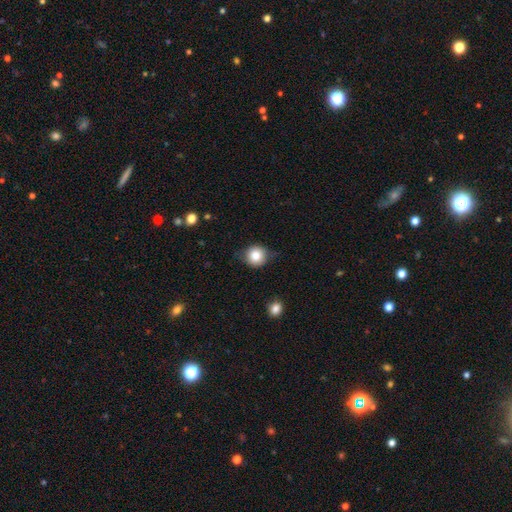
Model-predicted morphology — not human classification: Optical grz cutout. It shows a smooth galaxy with no disk features (83%) that is round (87%). Merging: none (72%).